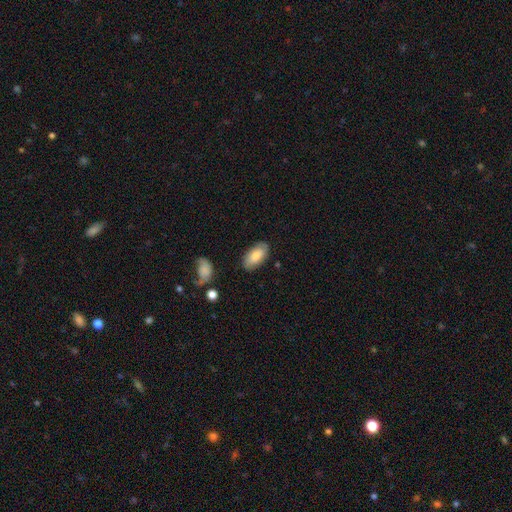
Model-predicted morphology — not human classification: This is likely a smooth galaxy (75%). How rounded: clearly in between (94%). Merging: clearly none (81%).